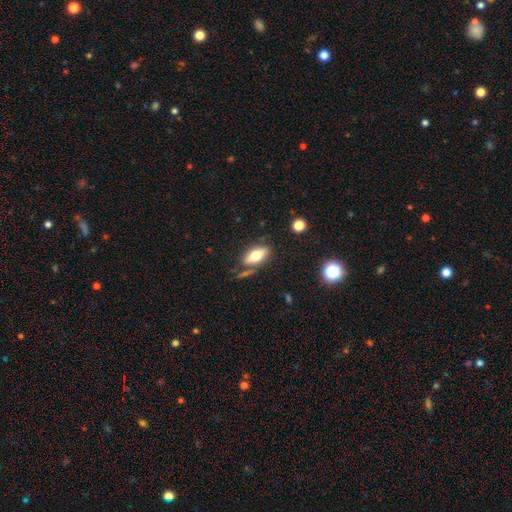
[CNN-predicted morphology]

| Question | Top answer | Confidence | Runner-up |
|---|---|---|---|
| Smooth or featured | smooth | 64% | featured or disk (29%) |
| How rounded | in between | 80% | cigar-shaped (17%) |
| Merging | none | 66% | minor disturbance (18%) |